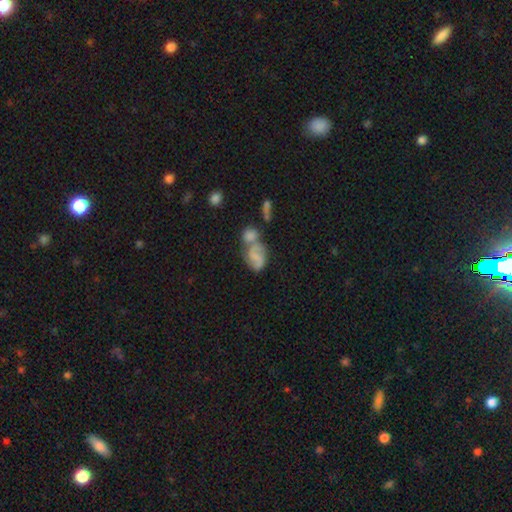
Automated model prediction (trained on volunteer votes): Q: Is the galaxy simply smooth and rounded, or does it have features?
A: smooth — 46%.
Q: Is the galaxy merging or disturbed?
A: merger — 54%.